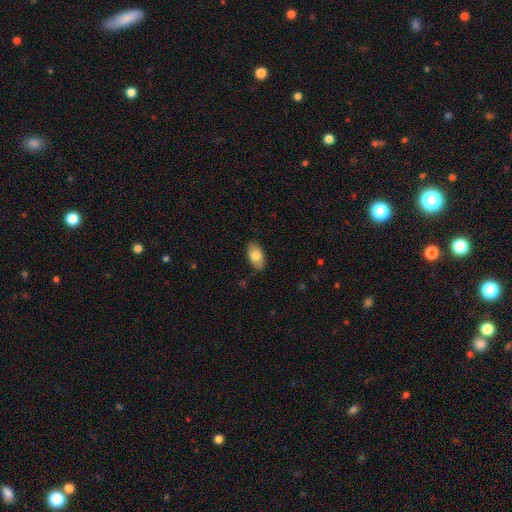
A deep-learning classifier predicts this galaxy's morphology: smooth_or_featured: smooth (p=0.77) [alt: featured or disk p=0.16]
how_rounded: in between (p=0.93) [alt: round p=0.05]
merging: none (p=0.87) [alt: minor disturbance p=0.10]